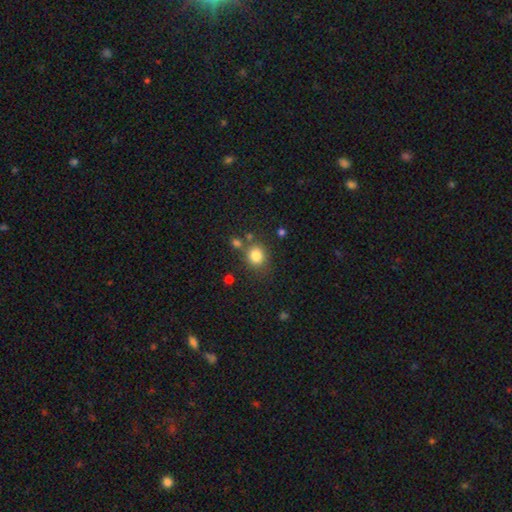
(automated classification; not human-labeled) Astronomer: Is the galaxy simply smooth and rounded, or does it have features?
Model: smooth — 83%.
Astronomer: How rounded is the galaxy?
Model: round — 76%.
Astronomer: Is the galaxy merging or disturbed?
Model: none — 73%.